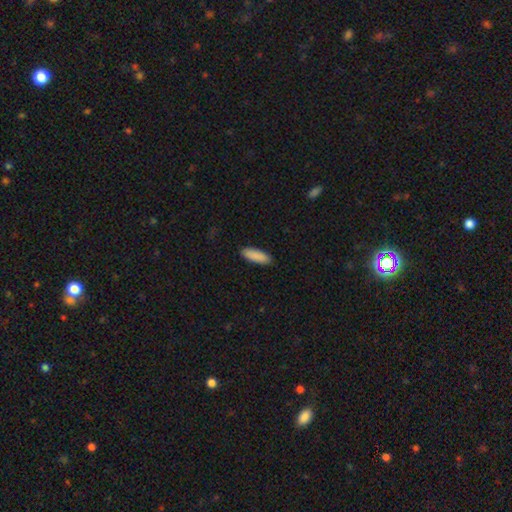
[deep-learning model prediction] smooth 90%, star or artifact 6%, featured or disk 4%. Down the decision tree: how rounded — in between (57%); merging — none (89%).